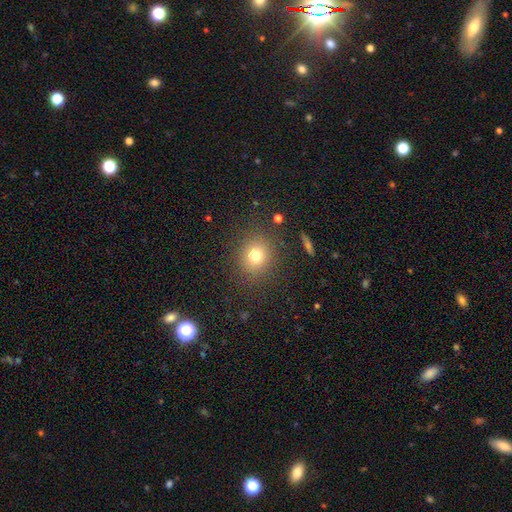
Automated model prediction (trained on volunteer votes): Smooth or featured? Predicted: smooth (p=0.75). How rounded? Predicted: round (p=0.80). Merging? Predicted: none (p=0.86).